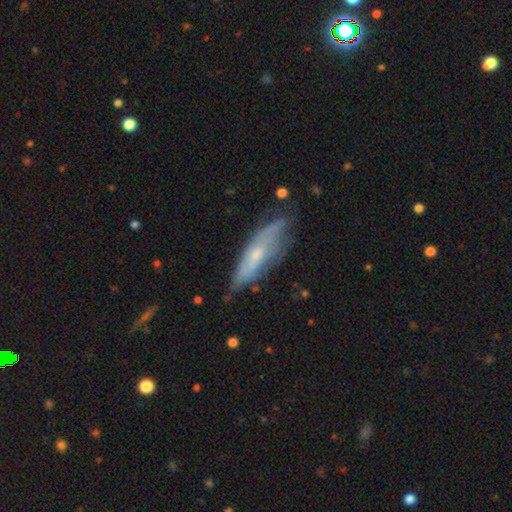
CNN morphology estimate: Smooth or featured? featured or disk (54%)
Edge-on disk? no (56%)
Merging? none (58%)